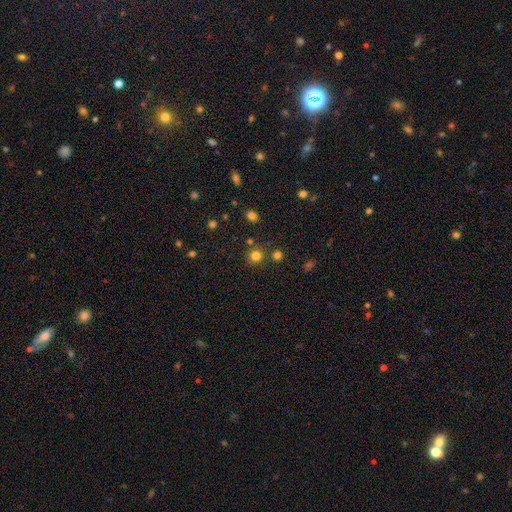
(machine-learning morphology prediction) type=smooth (78%); roundness=round (92%); merging=none (82%).